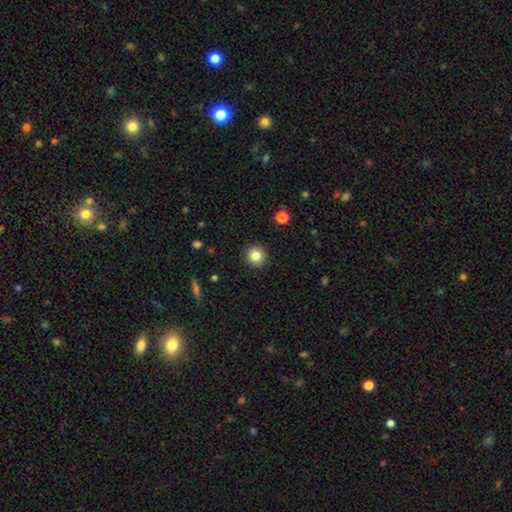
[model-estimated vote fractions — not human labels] A smooth galaxy with no disk features (83%) that is round (92%).

Vote fractions:
- Smooth or featured? smooth: 83% / star or artifact: 11% / featured or disk: 7%
- How rounded? round: 92% / in between: 7% / cigar-shaped: 1%
- Merging? none: 92% / minor disturbance: 5% / major disturbance: 2% / merger: 1%